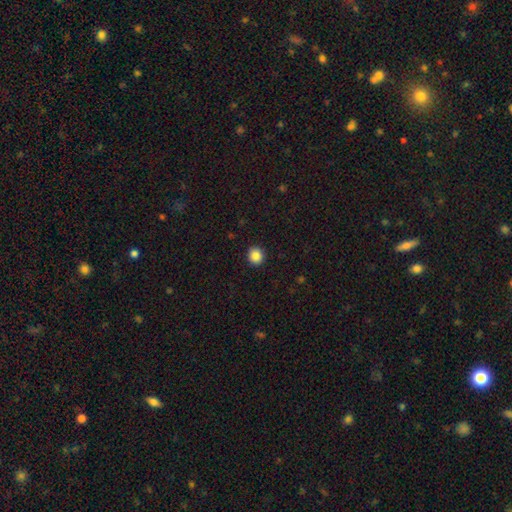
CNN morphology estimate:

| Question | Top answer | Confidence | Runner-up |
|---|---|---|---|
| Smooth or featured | smooth | 86% | star or artifact (10%) |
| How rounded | round | 86% | in between (13%) |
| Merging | none | 92% | minor disturbance (5%) |